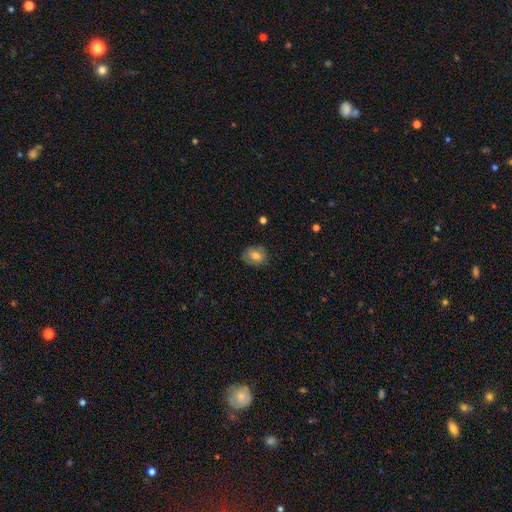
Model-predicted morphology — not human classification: smooth 66%, featured or disk 26%, star or artifact 9%. Down the decision tree: how rounded — round (51%); merging — none (74%).